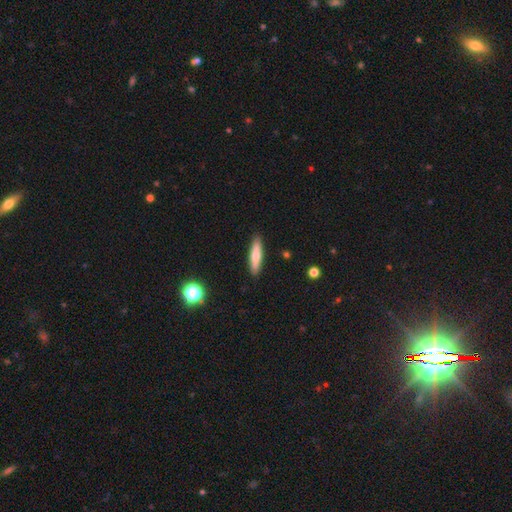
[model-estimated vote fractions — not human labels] This is likely a smooth galaxy (68%). How rounded: likely cigar-shaped (80%). Merging: clearly none (90%).